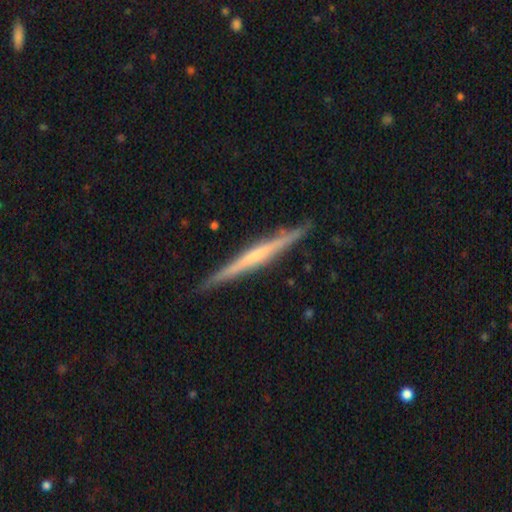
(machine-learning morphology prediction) This appears to be a featured or disk galaxy (67%) viewed edge-on (98%) with no central bulge (63%). Merging: none (89%).